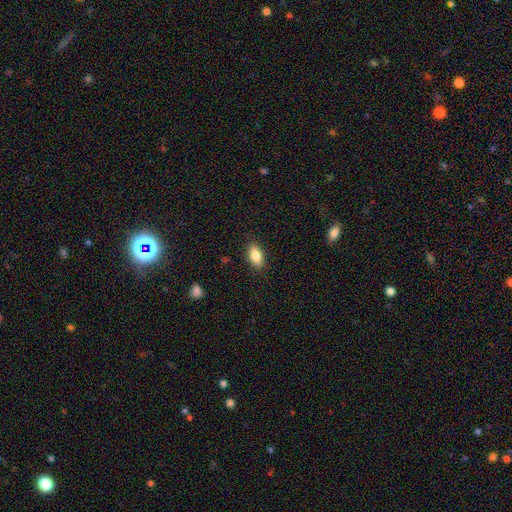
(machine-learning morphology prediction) Smooth or featured? smooth (83%)
How rounded? in between (89%)
Merging? none (87%)